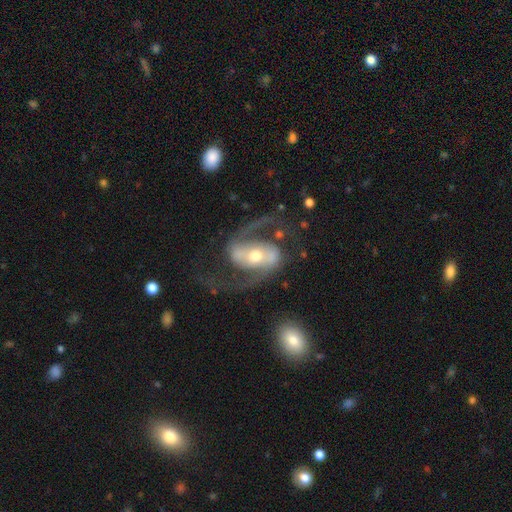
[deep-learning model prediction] featured or disk 91%, smooth 5%, star or artifact 4%. Down the decision tree: edge-on disk — no (97%); bar — strong (46%); spiral arms — yes (97%); spiral arm count — 2 (94%); spiral winding — medium (49%); bulge size — moderate (66%); merging — none (71%).